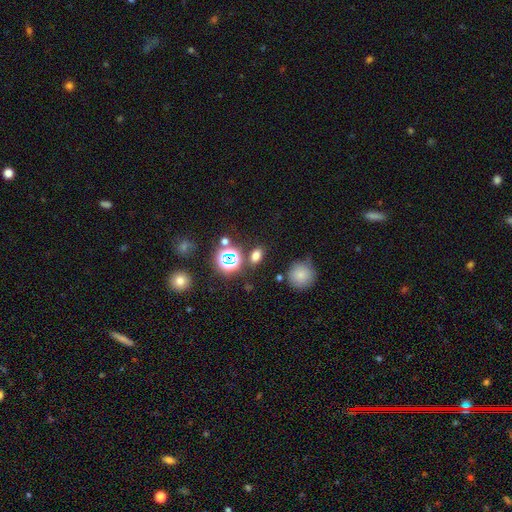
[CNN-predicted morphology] A smooth galaxy with no disk features (65%) that is in between round and cigar-shaped (73%).

Vote fractions:
- Smooth or featured? smooth: 65% / star or artifact: 26% / featured or disk: 8%
- How rounded? in between: 73% / round: 24% / cigar-shaped: 3%
- Merging? none: 80% / minor disturbance: 10% / merger: 7% / major disturbance: 4%